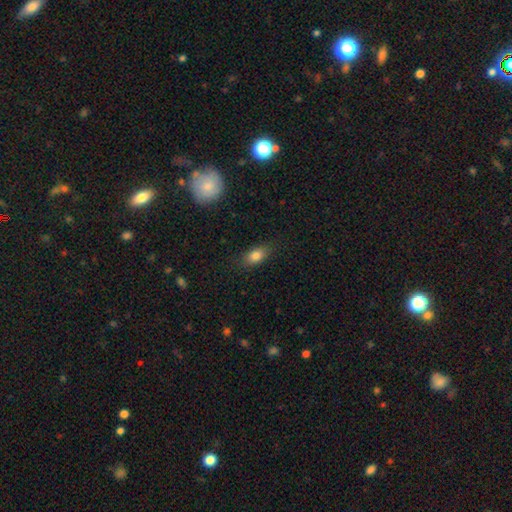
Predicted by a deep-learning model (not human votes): smooth_or_featured: smooth (p=0.82) [alt: featured or disk p=0.09]
how_rounded: in between (p=0.84) [alt: round p=0.09]
merging: none (p=0.83) [alt: minor disturbance p=0.13]